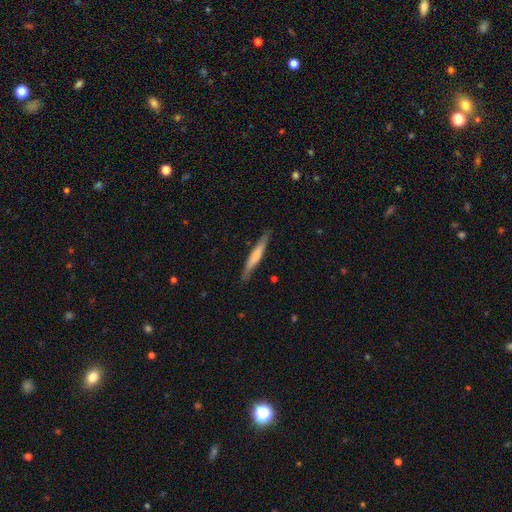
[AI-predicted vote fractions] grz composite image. It shows a smooth galaxy with no disk features (54%) that is cigar-shaped (95%). Merging: none (85%).